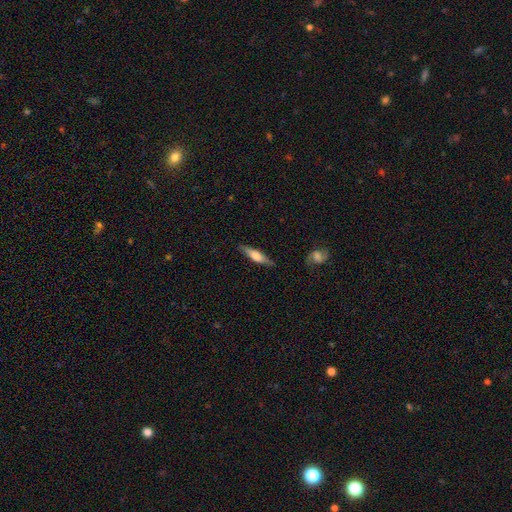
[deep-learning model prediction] Smooth or featured? featured or disk (48%)
Merging? none (83%)